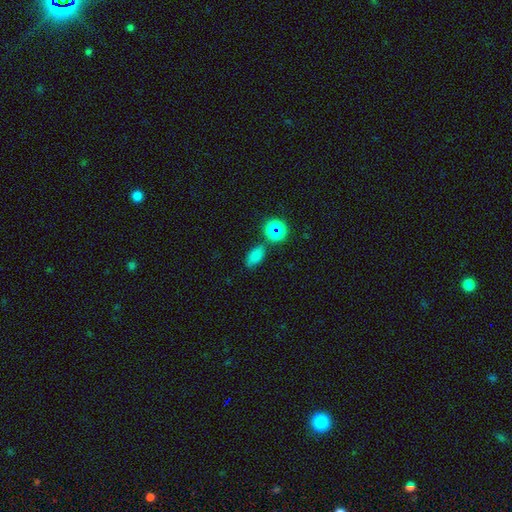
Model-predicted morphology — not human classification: Smooth or featured? smooth (75%)
How rounded? in between (86%)
Merging? none (74%)